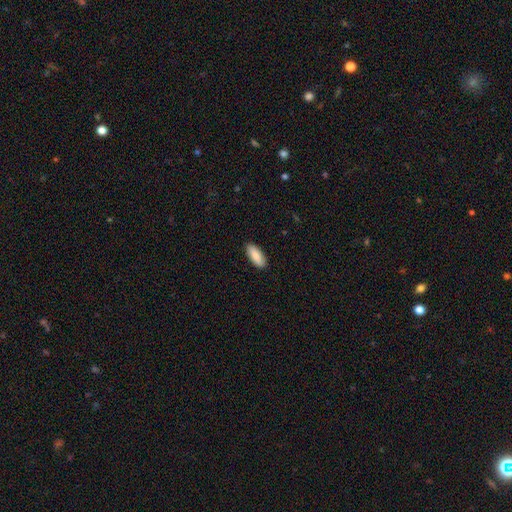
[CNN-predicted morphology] This appears to be a smooth galaxy with no disk features (87%) that is in between round and cigar-shaped (79%). Merging: none (90%).